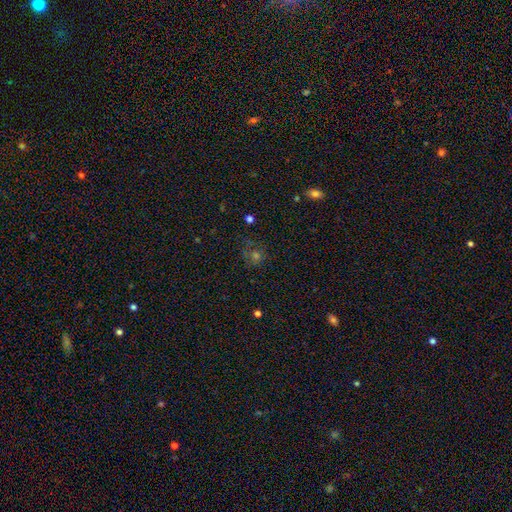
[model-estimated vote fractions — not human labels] Smooth or featured? Predicted: smooth (p=0.46). Merging? Predicted: none (p=0.66).